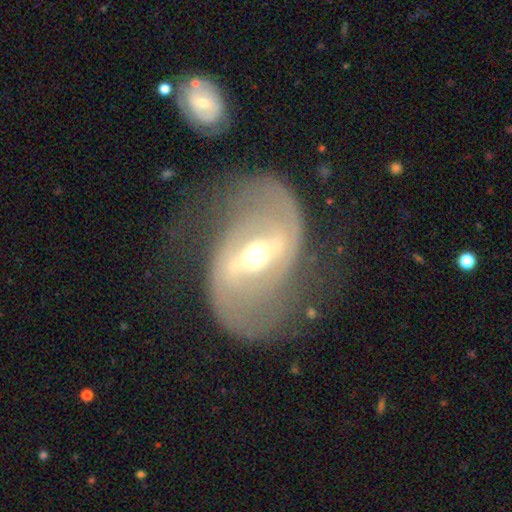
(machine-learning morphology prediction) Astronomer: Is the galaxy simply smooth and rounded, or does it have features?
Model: featured or disk — 88%.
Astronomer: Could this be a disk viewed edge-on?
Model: no — 96%.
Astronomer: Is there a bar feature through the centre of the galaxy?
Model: strong — 55% (runner-up: weak, 34%).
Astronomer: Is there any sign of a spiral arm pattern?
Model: yes — 93%.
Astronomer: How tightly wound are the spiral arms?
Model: medium — 44% (runner-up: loose, 42%).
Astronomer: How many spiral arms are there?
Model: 2 — 90%.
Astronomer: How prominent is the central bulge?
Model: moderate — 66%.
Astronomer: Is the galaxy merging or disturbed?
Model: none — 62%.